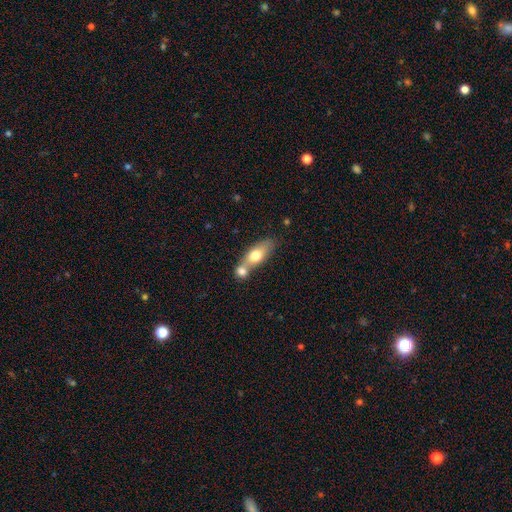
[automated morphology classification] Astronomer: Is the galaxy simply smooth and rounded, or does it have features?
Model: smooth — 67%.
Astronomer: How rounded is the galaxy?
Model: in between — 71%.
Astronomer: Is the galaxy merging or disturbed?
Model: merger — 54% (runner-up: none, 32%).